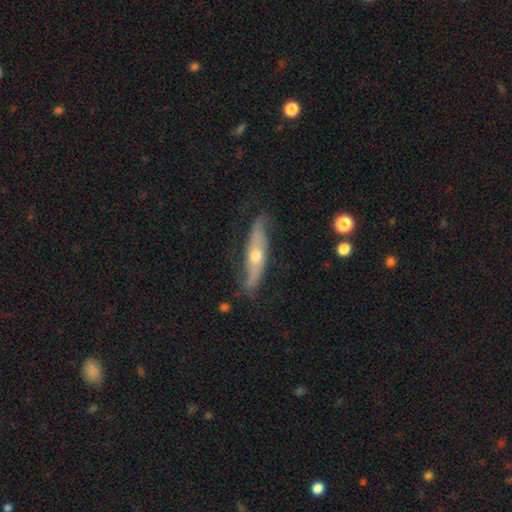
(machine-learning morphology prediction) This is likely a featured or disk galaxy (62%). It is likely viewed edge-on (63%). Merging: likely none (70%).